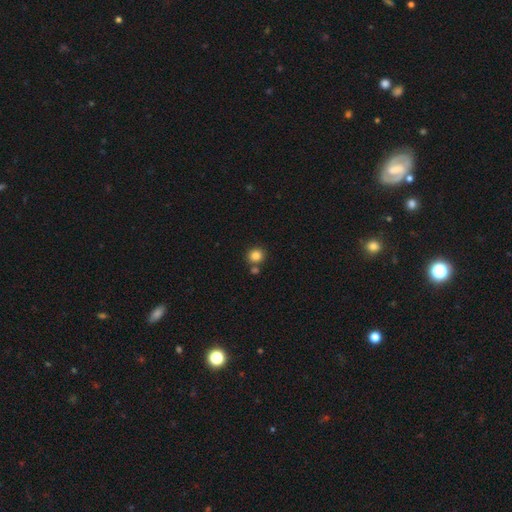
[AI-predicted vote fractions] smooth 84%, star or artifact 11%, featured or disk 5%. Down the decision tree: how rounded — round (88%); merging — none (73%).